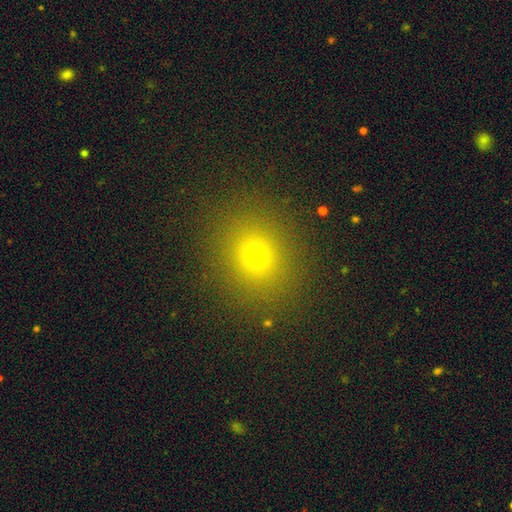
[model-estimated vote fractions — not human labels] A smooth galaxy with no disk features (68%) that is round (77%).

Vote fractions:
- Smooth or featured? smooth: 68% / star or artifact: 23% / featured or disk: 9%
- How rounded? round: 77% / in between: 22% / cigar-shaped: 1%
- Merging? none: 88% / minor disturbance: 7% / major disturbance: 3% / merger: 1%